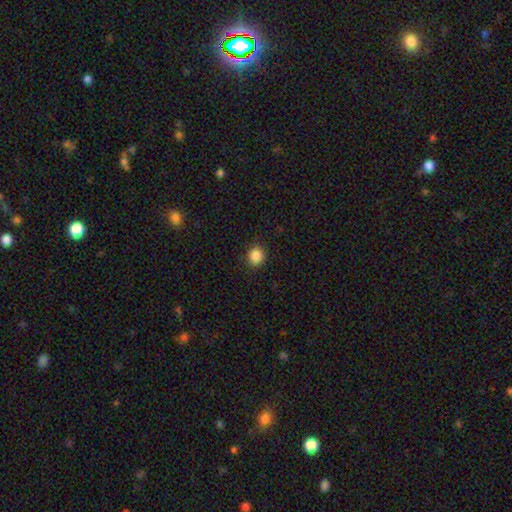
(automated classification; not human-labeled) Q: Smooth or featured?
A: smooth (86%); runner-up: star or artifact (10%)
Q: How rounded?
A: round (84%); runner-up: in between (15%)
Q: Merging?
A: none (90%); runner-up: minor disturbance (7%)